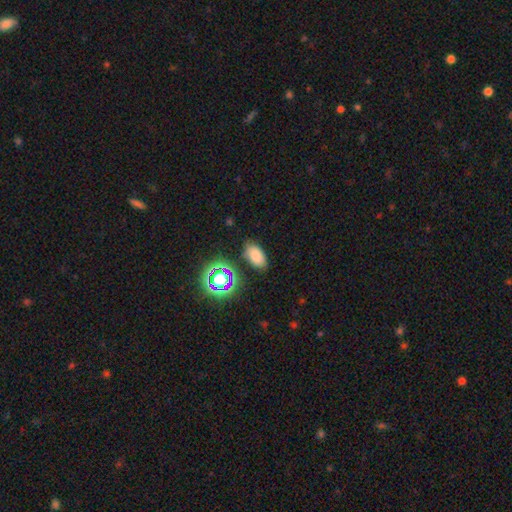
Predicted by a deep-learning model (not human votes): The model was most divided on "smooth or featured": smooth: 74%, star or artifact: 19%, featured or disk: 8%. More confident: how rounded — in between (91%); merging — none (81%).